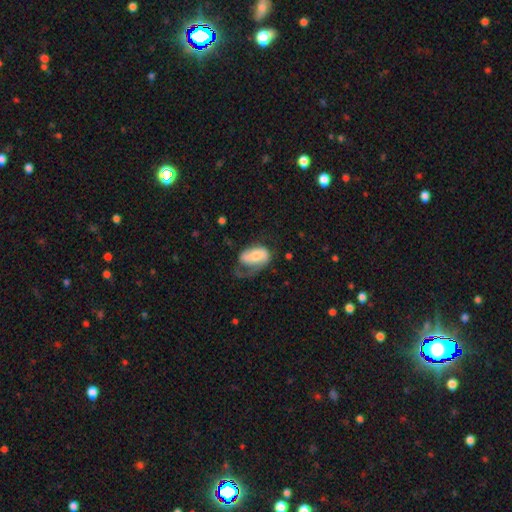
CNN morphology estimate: This is possibly a featured or disk galaxy (49%). Merging: marginally major disturbance (37%).